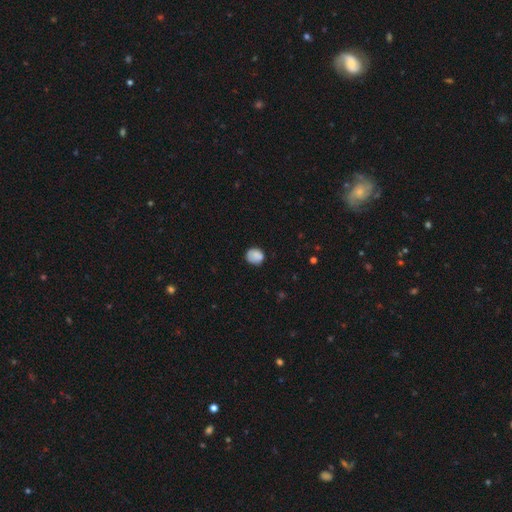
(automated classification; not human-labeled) Overall: smooth (82%). How rounded: round (76%). Merging: none (71%).